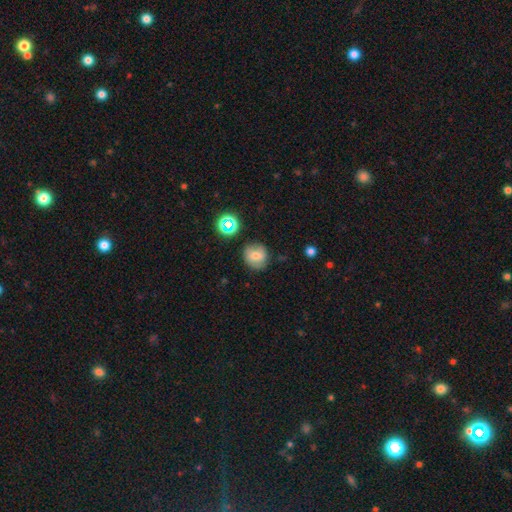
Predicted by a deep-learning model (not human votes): The model was most divided on "smooth or featured": smooth: 68%, featured or disk: 19%, star or artifact: 14%. More confident: how rounded — round (87%); merging — none (80%).